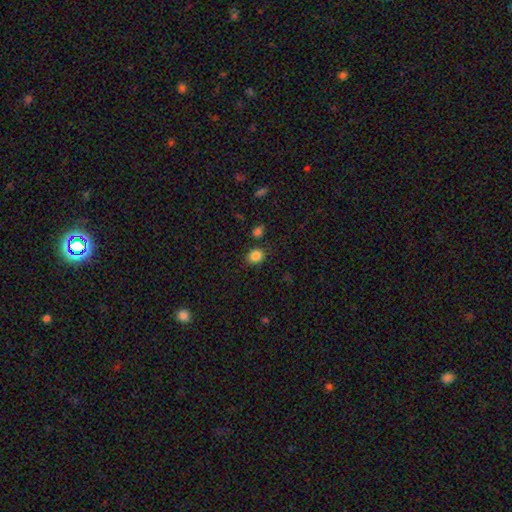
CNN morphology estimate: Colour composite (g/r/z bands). It shows a smooth galaxy with no disk features (84%) that is round (61%). Merging: none (80%).